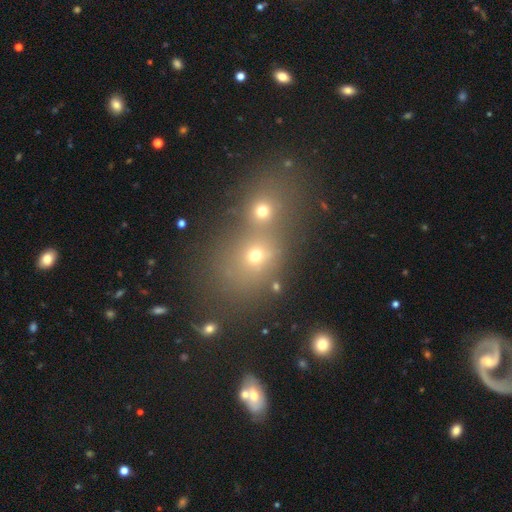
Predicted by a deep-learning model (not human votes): A smooth galaxy with no disk features (60%) that is round (65%).

Vote fractions:
- Smooth or featured? smooth: 60% / star or artifact: 24% / featured or disk: 16%
- How rounded? round: 65% / in between: 33% / cigar-shaped: 1%
- Merging? merger: 56% / none: 33% / minor disturbance: 7% / major disturbance: 4%